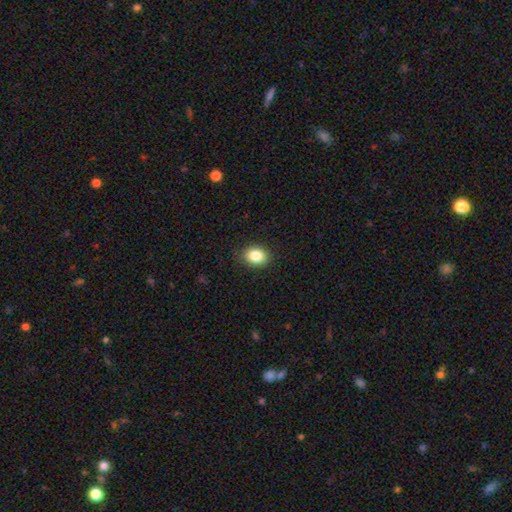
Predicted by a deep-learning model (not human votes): A smooth galaxy with no disk features (85%) that is in between round and cigar-shaped (62%). Merging: none (88%).